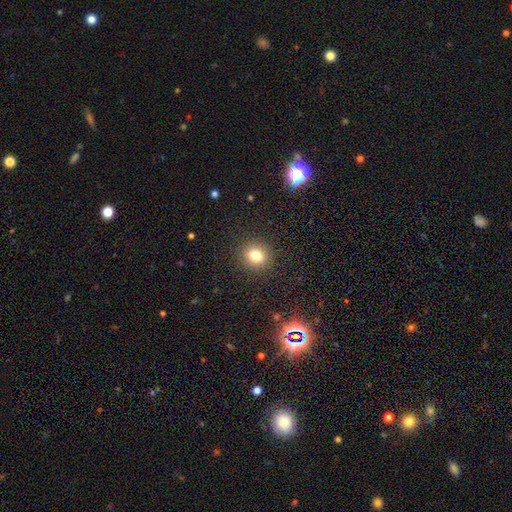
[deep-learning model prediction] A smooth galaxy with no disk features (79%) that is round (84%). Merging: none (90%).